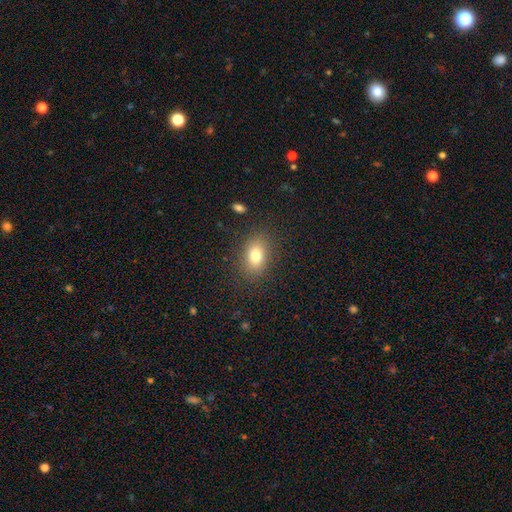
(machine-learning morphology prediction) This is likely a smooth galaxy (79%). How rounded: clearly in between (81%). Merging: clearly none (85%).